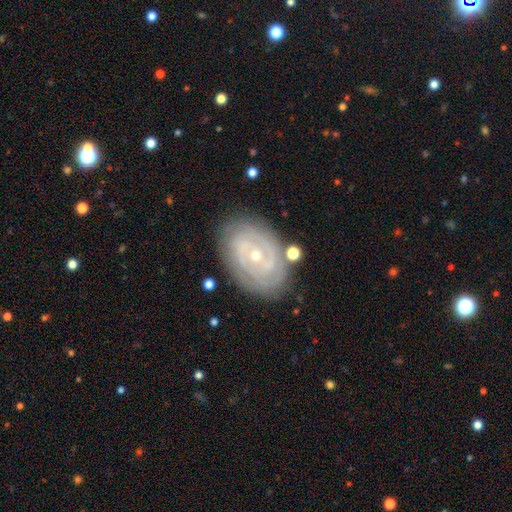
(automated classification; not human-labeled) This appears to be a featured or disk galaxy (86%) with no bar (71%), 2 (42%) tight (79%) spiral arms (92%) and a small central bulge (72%). Merging: none (80%).